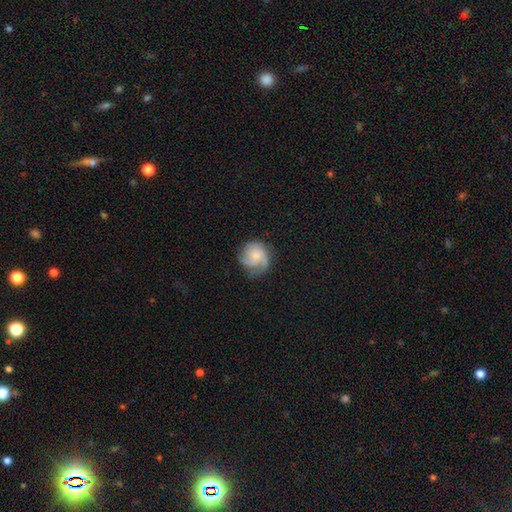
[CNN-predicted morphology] This appears to be a featured or disk galaxy (60%) with no bar (77%), 3 (40%) medium (41%) spiral arms (92%) and a small central bulge (50%). Merging: none (64%).